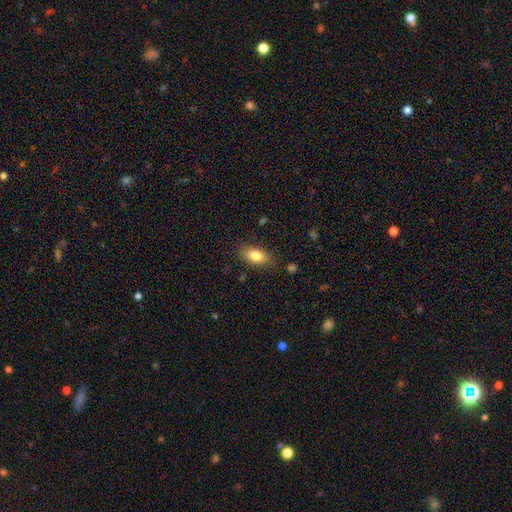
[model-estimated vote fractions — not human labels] Smooth or featured: smooth — 81% (featured or disk — 11%)
How rounded: in between — 86% (cigar-shaped — 8%)
Merging: none — 81% (minor disturbance — 14%)